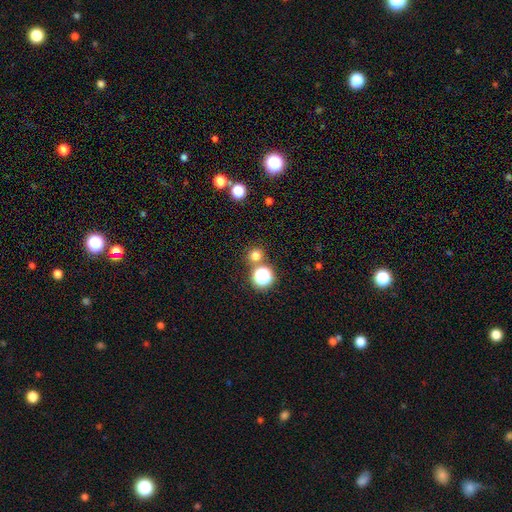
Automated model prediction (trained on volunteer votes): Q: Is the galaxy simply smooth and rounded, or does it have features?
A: smooth — 73%.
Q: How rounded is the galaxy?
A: round — 90%.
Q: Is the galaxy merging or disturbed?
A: none — 76%.